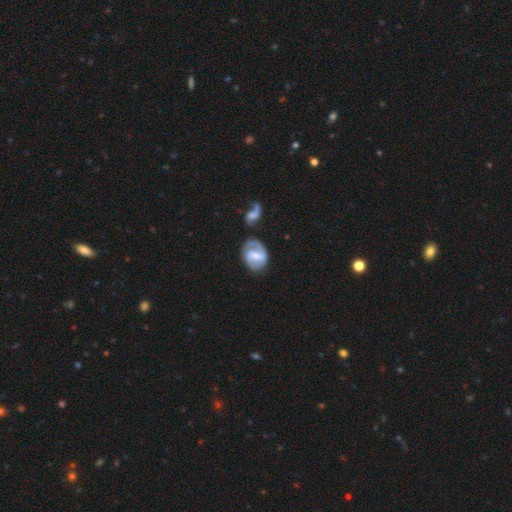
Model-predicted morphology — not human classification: Overall: featured or disk (76%). Edge-on disk: no (97%). Bar: weak (44%; strong 42%). Spiral arms: yes (88%). Spiral arm count: 2 (82%). Spiral winding: medium (45%; tight 31%). Bulge size: moderate (45%; small 42%). Merging: none (63%).